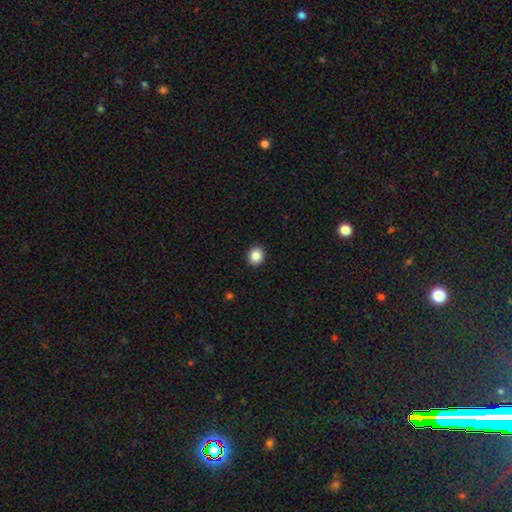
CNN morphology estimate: This appears to be a smooth galaxy with no disk features (86%) that is round (86%). Merging: none (93%).